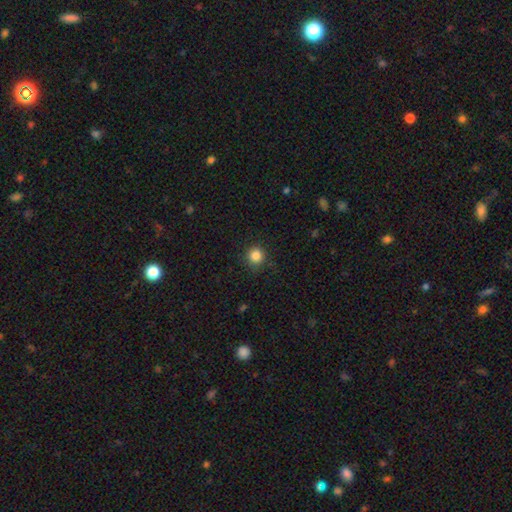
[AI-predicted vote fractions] Overall: smooth (85%). How rounded: round (93%). Merging: none (88%).